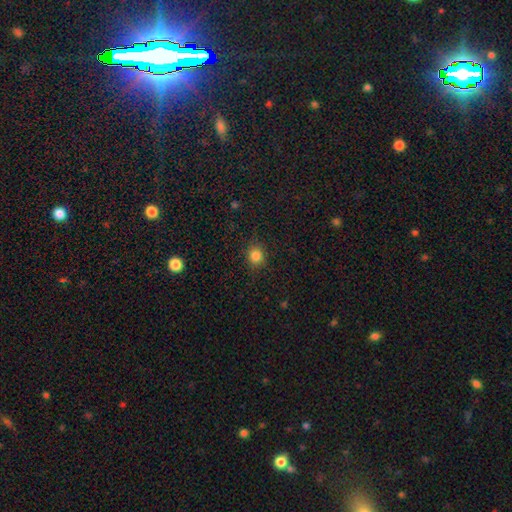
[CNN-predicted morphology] smooth_or_featured: smooth (p=0.83) [alt: star or artifact p=0.12]
how_rounded: round (p=0.80) [alt: in between p=0.19]
merging: none (p=0.85) [alt: minor disturbance p=0.10]